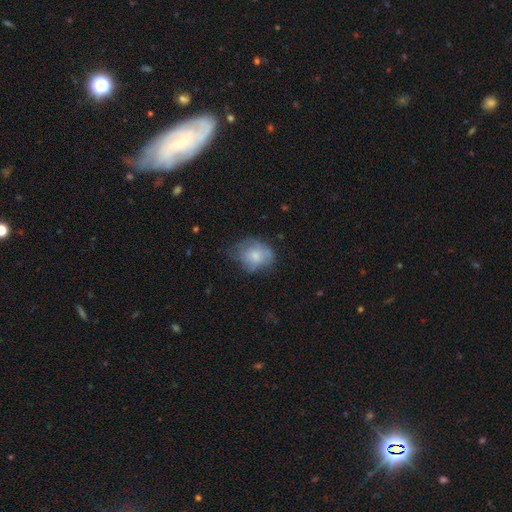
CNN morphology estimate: Smooth or featured? Predicted: smooth (p=0.68). How rounded? Predicted: in between (p=0.54). Merging? Predicted: none (p=0.45).